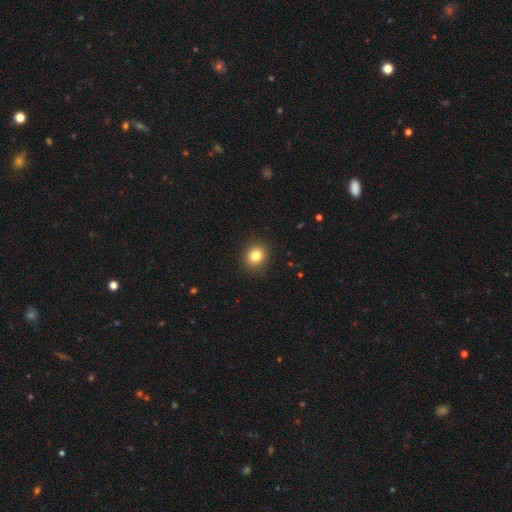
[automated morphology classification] A smooth galaxy with no disk features (82%) that is round (75%). Merging: none (90%).